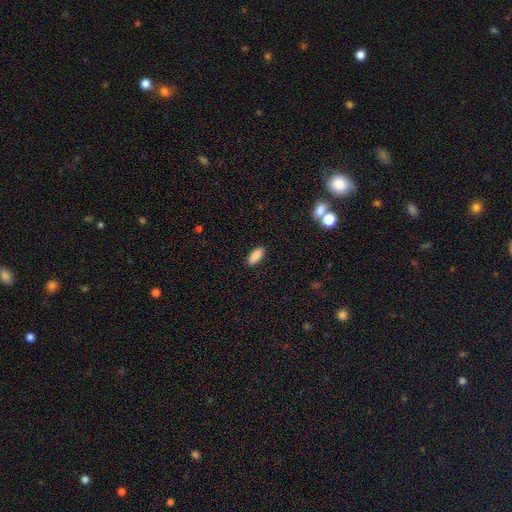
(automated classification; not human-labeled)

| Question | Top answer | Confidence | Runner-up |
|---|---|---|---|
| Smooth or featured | smooth | 88% | star or artifact (7%) |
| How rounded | in between | 79% | cigar-shaped (19%) |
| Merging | none | 90% | minor disturbance (8%) |